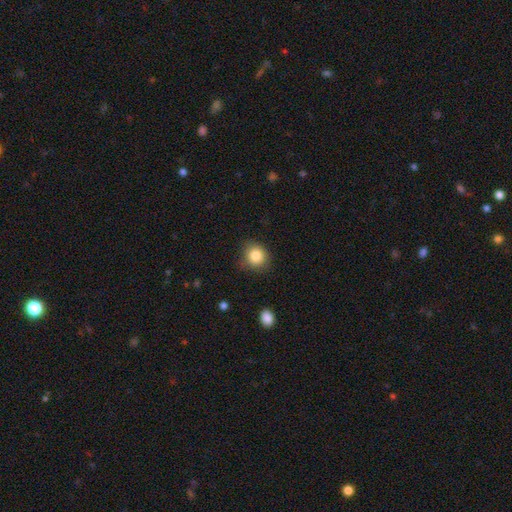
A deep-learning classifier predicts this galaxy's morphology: A smooth galaxy with no disk features (84%) that is round (84%). Merging: none (80%).